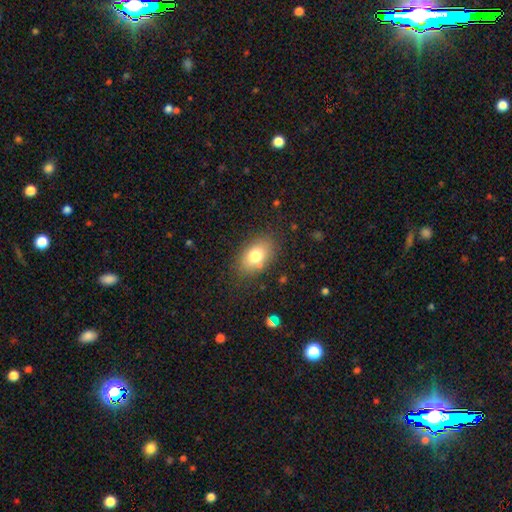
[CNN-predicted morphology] This appears to be a smooth galaxy with no disk features (75%) that is in between round and cigar-shaped (86%). Merging: none (79%).